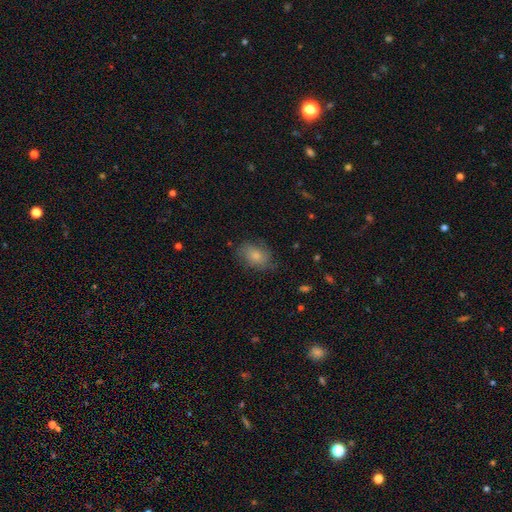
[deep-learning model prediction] Smooth or featured? smooth (70%)
How rounded? in between (82%)
Merging? none (68%)